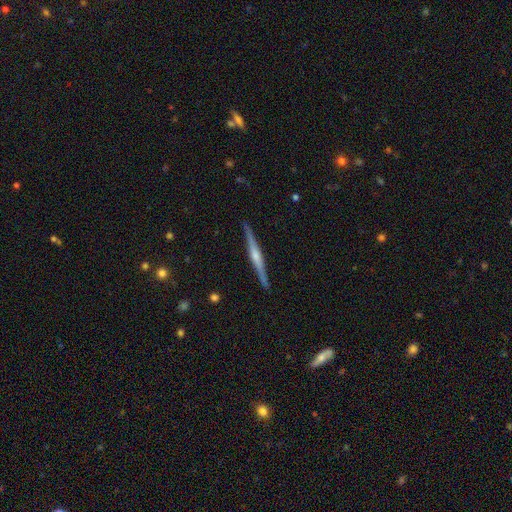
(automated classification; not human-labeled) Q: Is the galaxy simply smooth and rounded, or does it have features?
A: featured or disk — 80%.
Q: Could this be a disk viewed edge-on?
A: yes — 98%.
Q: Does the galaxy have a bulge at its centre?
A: rounded — 72%.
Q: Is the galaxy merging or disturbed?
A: none — 92%.